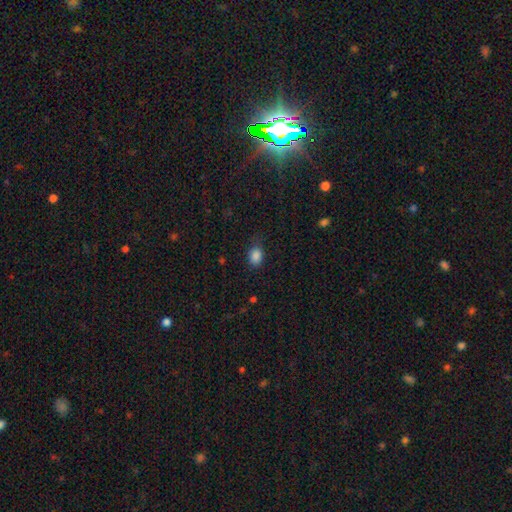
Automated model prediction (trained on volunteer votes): Smooth or featured? Predicted: smooth (p=0.86). How rounded? Predicted: in between (p=0.67). Merging? Predicted: none (p=0.72).